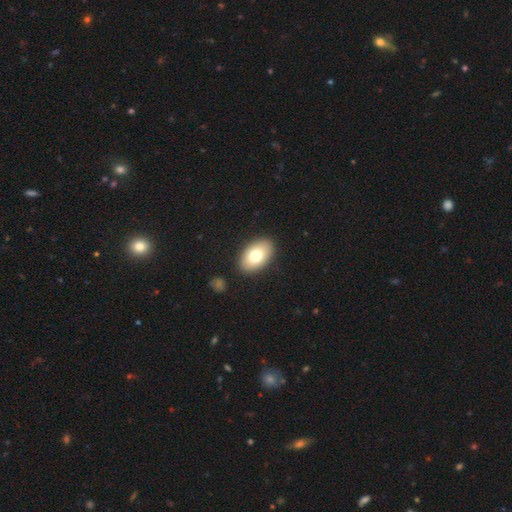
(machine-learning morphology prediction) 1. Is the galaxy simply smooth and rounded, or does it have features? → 76% smooth, 17% featured or disk, 7% star or artifact.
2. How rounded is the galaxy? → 92% in between, 7% round, 1% cigar-shaped.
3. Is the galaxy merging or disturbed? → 89% none, 8% minor disturbance, 2% major disturbance, 2% merger.